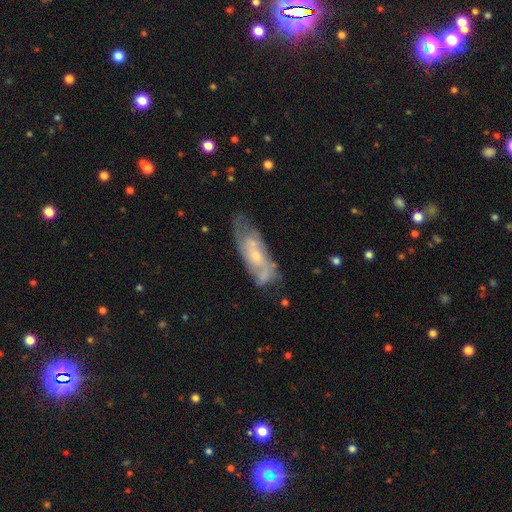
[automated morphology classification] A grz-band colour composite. It shows a featured or disk galaxy (70%) with no bar (71%), spiral arms (82%) and a small central bulge (63%). Merging: none (61%).